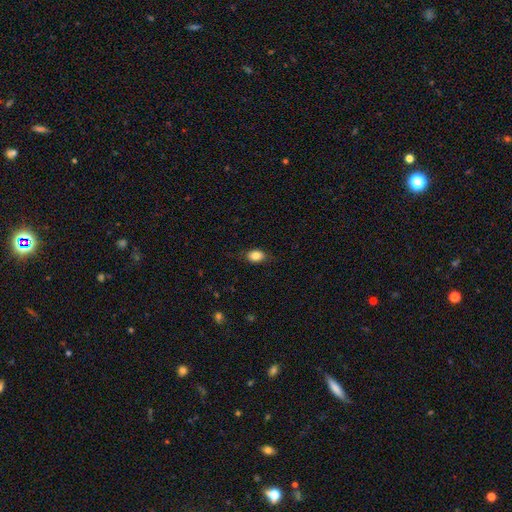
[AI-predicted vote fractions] Smooth or featured? Predicted: smooth (p=0.84). How rounded? Predicted: in between (p=0.74). Merging? Predicted: none (p=0.80).